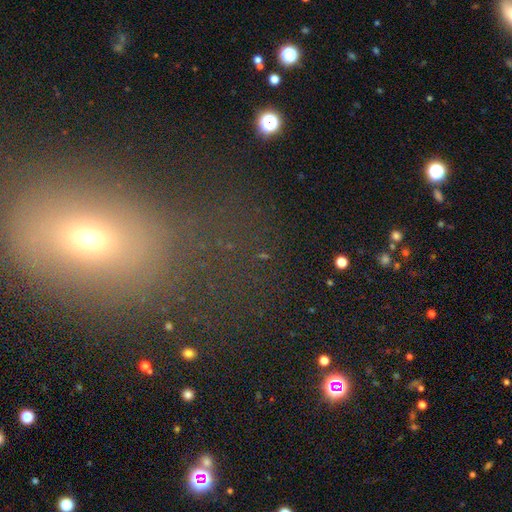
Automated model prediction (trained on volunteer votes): Smooth or featured?
  - smooth: 45% *
  - star or artifact: 40%
  - featured or disk: 15%
Merging?
  - none: 62% *
  - major disturbance: 16%
  - minor disturbance: 15%
  - merger: 6%